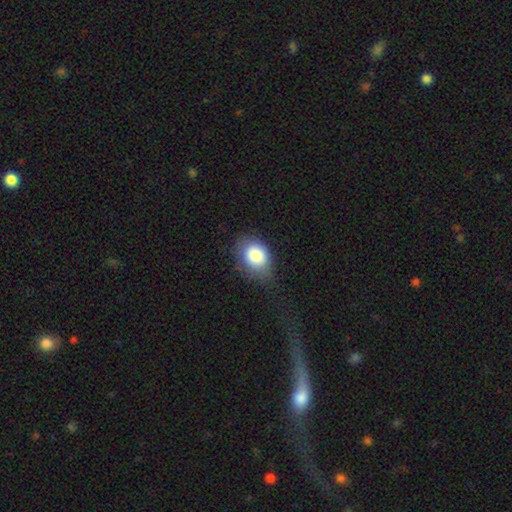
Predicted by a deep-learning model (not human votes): A smooth galaxy with no disk features (83%) that is in between round and cigar-shaped (65%).

Vote fractions:
- Smooth or featured? smooth: 83% / featured or disk: 9% / star or artifact: 8%
- How rounded? in between: 65% / round: 33% / cigar-shaped: 1%
- Merging? none: 61% / minor disturbance: 28% / major disturbance: 10% / merger: 1%